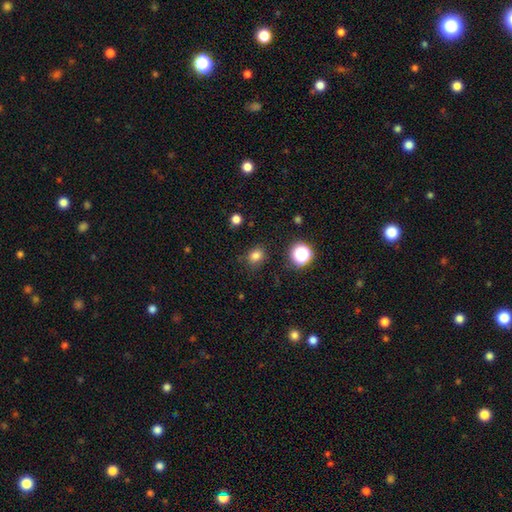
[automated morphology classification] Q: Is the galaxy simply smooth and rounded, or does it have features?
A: smooth — 79%.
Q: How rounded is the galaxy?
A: round — 58%.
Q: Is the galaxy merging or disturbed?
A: none — 81%.